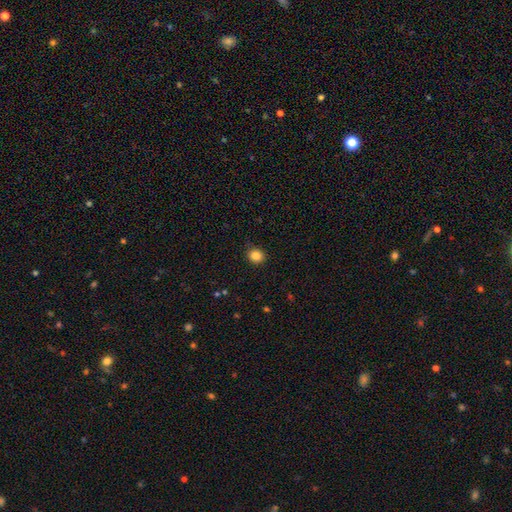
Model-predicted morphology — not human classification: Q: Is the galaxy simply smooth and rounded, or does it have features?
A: smooth — 85%.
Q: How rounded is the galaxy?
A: round — 80%.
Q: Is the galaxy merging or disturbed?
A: none — 88%.